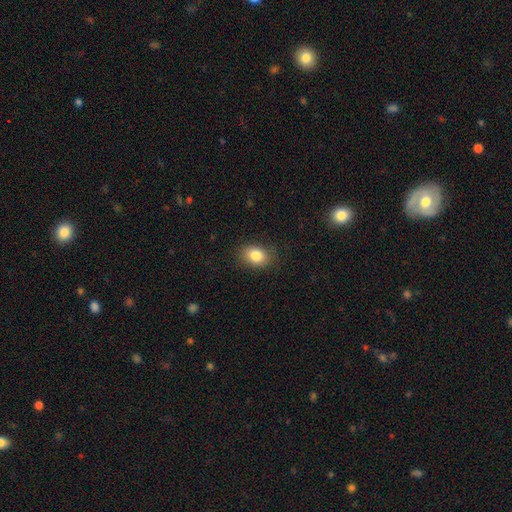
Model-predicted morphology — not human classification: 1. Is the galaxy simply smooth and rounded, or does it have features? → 83% smooth, 9% star or artifact, 8% featured or disk.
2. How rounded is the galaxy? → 69% in between, 30% round, 1% cigar-shaped.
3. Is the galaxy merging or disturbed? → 83% none, 12% minor disturbance, 3% major disturbance, 1% merger.